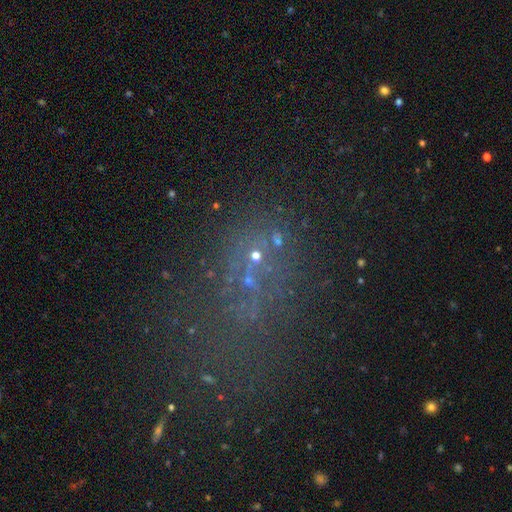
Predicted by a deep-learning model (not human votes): star or artifact 51%, smooth 27%, featured or disk 21%.